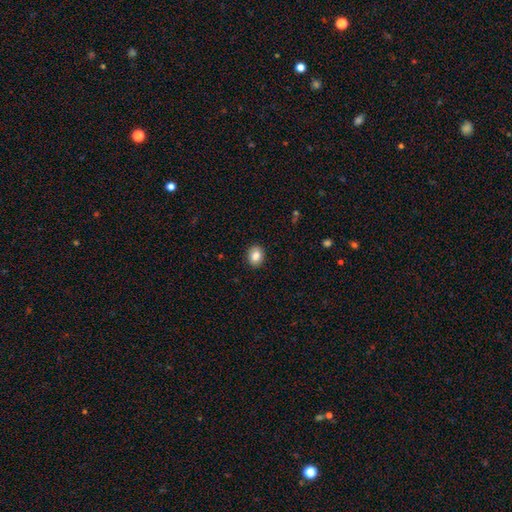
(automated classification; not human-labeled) A smooth galaxy with no disk features (84%) that is round (51%).

Vote fractions:
- Smooth or featured? smooth: 84% / star or artifact: 8% / featured or disk: 7%
- How rounded? round: 51% / in between: 48% / cigar-shaped: 1%
- Merging? none: 91% / minor disturbance: 7% / major disturbance: 2% / merger: 1%